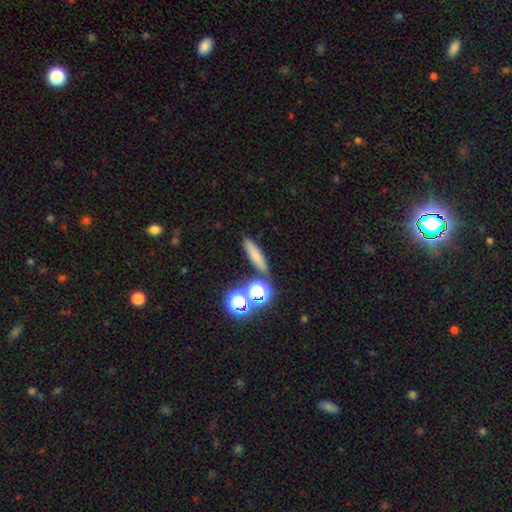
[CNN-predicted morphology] Smooth or featured?
  - smooth: 68% *
  - star or artifact: 19%
  - featured or disk: 13%
How rounded?
  - cigar-shaped: 64% *
  - in between: 22%
  - round: 14%
Merging?
  - none: 78% *
  - merger: 10%
  - minor disturbance: 9%
  - major disturbance: 3%